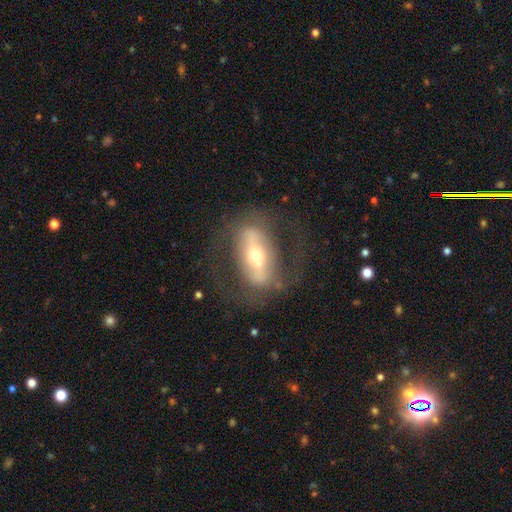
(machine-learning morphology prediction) smooth-or-featured: featured or disk: 71% | smooth: 22% | star or artifact: 8%
  disk-edge-on: no: 83% | yes: 17%
    bar: strong: 58% | no: 23% | weak: 19%
    has-spiral-arms: no: 59% | yes: 41%
    bulge-size: small: 50% | moderate: 43% | large: 4% | dominant: 2% | none: 1%
  merging: none: 69% | major disturbance: 15% | minor disturbance: 14% | merger: 2%